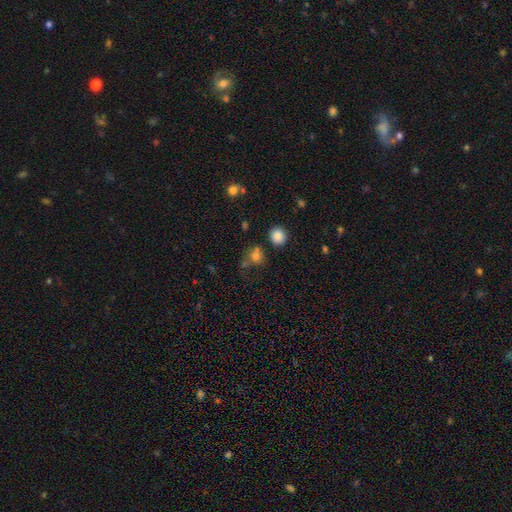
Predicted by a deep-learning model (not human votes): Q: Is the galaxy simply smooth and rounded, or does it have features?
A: smooth — 74%.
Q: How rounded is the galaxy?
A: round — 82%.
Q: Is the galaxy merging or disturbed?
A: none — 61%.